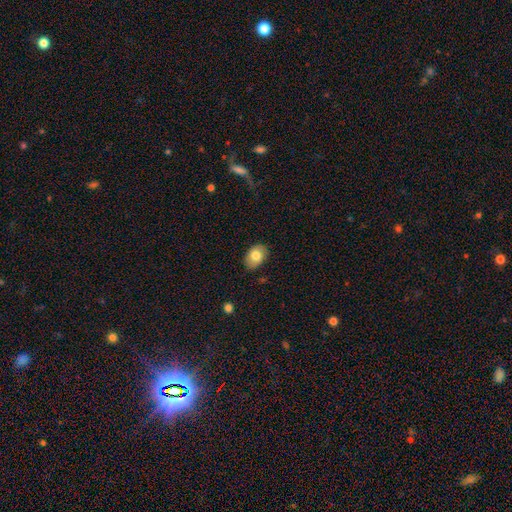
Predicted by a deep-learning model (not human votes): Q: Smooth or featured?
A: smooth (79%); runner-up: featured or disk (14%)
Q: How rounded?
A: in between (82%); runner-up: round (17%)
Q: Merging?
A: none (82%); runner-up: minor disturbance (14%)